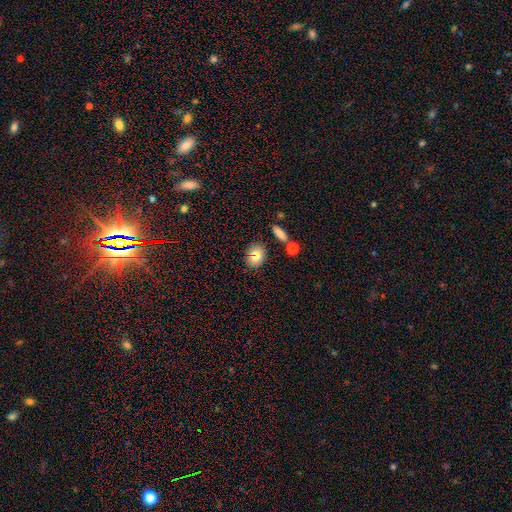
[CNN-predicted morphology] Smooth or featured? smooth (74%)
How rounded? round (50%)
Merging? none (76%)